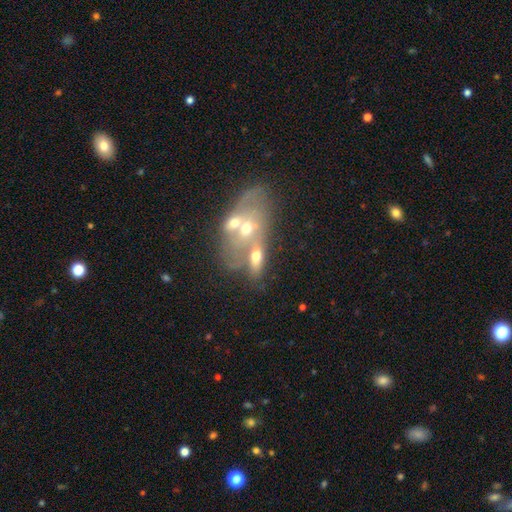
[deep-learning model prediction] smooth 47%, featured or disk 41%, star or artifact 12%. Down the decision tree: merging — merger (67%).